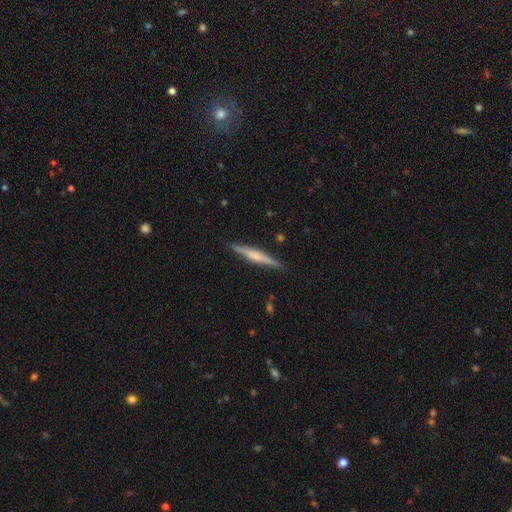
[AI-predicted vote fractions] Overall: featured or disk (58%; smooth 36%). Edge-on disk: yes (98%). Edge-on bulge: rounded (56%; none 25%). Merging: none (90%).